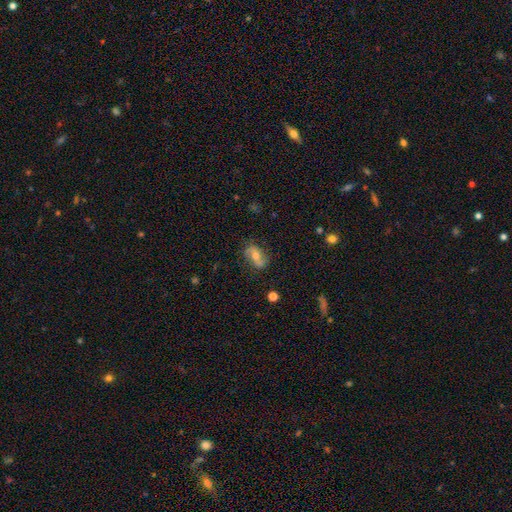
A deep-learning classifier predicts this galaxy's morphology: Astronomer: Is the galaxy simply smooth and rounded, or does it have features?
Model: featured or disk — 60%.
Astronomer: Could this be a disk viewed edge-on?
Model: no — 93%.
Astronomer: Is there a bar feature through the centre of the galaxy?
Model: no — 46% (runner-up: weak, 34%).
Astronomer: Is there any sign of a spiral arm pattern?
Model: yes — 83%.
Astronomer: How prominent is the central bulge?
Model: moderate — 68%.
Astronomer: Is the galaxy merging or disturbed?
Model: none — 75%.